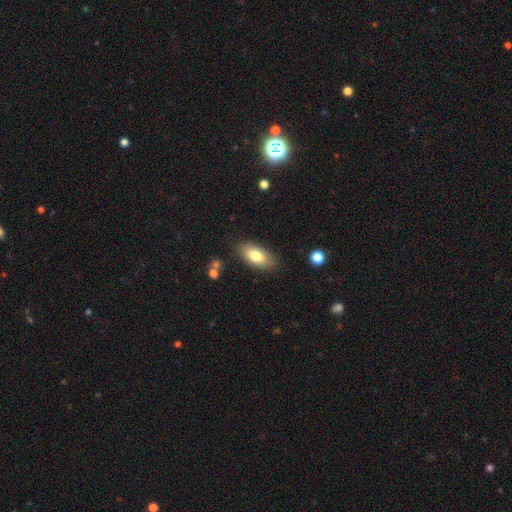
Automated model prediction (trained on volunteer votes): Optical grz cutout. It shows a smooth galaxy with no disk features (78%) that is in between round and cigar-shaped (89%). Merging: none (84%).